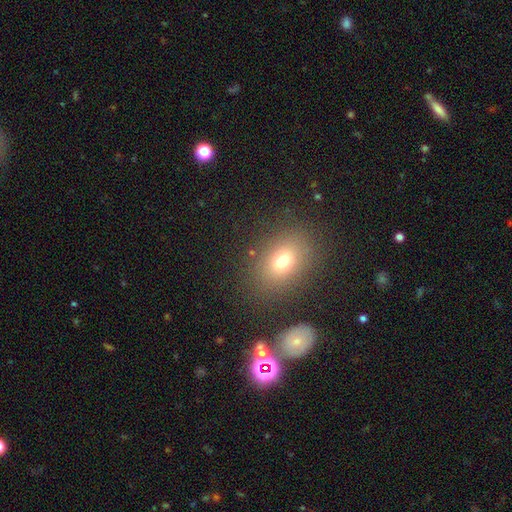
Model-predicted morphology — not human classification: Q: Smooth or featured?
A: smooth (59%); runner-up: star or artifact (29%)
Q: How rounded?
A: in between (56%); runner-up: round (42%)
Q: Merging?
A: none (83%); runner-up: minor disturbance (8%)